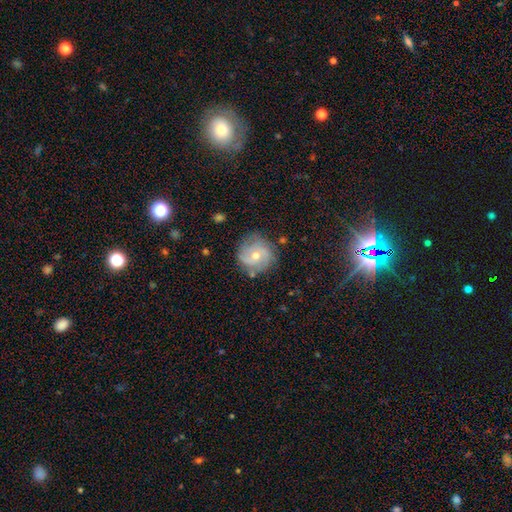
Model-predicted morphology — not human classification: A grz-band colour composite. It shows a featured or disk galaxy (67%) with no bar (64%), 2 (52%) medium (42%) spiral arms (88%) and a moderate central bulge (58%). Merging: none (74%).